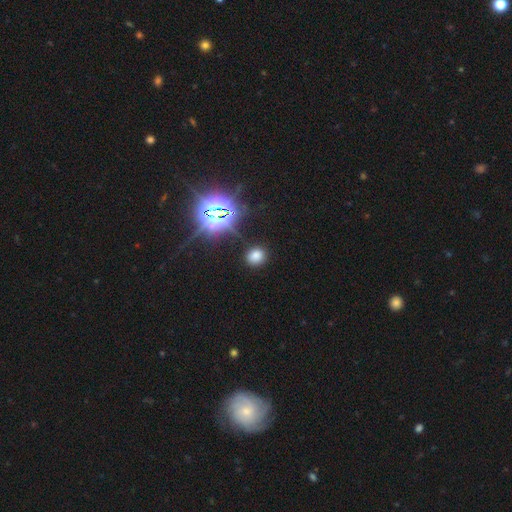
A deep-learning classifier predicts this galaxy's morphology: The model was most divided on "smooth or featured": smooth: 69%, star or artifact: 25%, featured or disk: 6%. More confident: merging — none (85%); how rounded — round (73%).